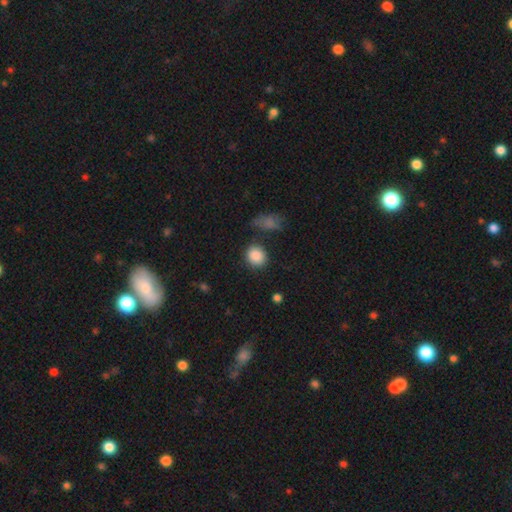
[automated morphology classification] This is clearly a smooth galaxy (88%). How rounded: likely round (76%). Merging: likely none (79%).